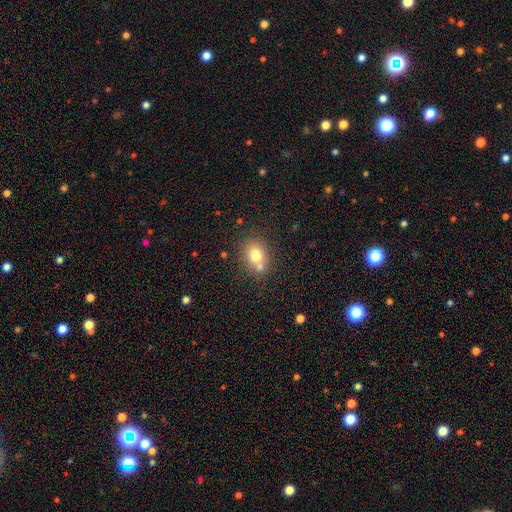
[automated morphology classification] This appears to be a smooth galaxy with no disk features (73%) that is round (51%). Merging: none (56%).